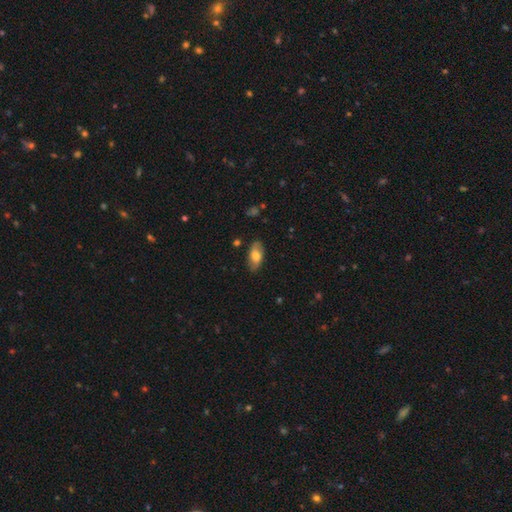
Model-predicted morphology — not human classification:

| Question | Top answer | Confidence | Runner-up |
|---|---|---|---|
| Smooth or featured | smooth | 67% | featured or disk (26%) |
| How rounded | in between | 91% | cigar-shaped (6%) |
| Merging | none | 82% | minor disturbance (14%) |